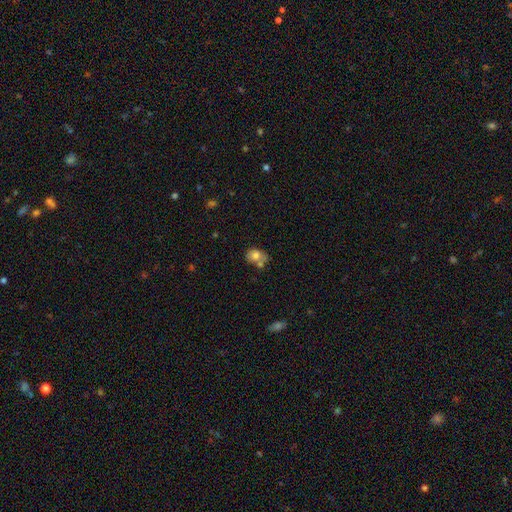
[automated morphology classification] smooth_or_featured: smooth (p=0.72) [alt: featured or disk p=0.18]
how_rounded: in between (p=0.60) [alt: round p=0.39]
merging: none (p=0.37) [tied with: merger p=0.37]